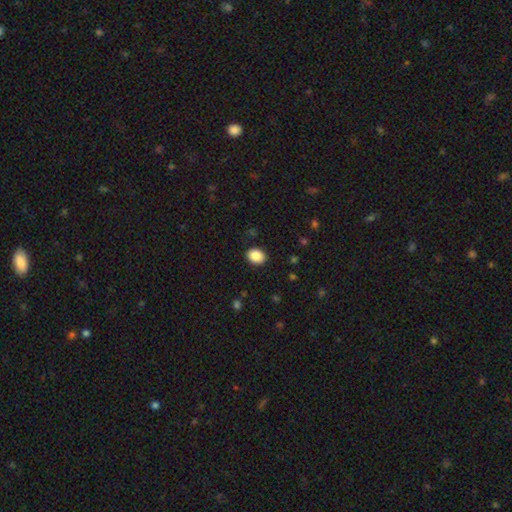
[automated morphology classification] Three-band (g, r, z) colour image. It shows a smooth galaxy with no disk features (88%) that is in between round and cigar-shaped (60%). Merging: none (89%).